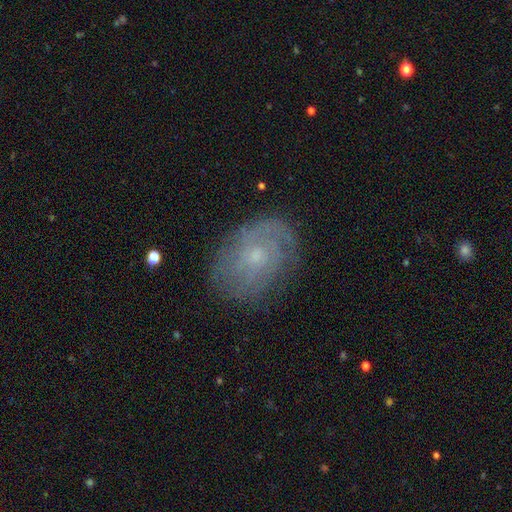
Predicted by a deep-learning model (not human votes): This is likely a featured or disk galaxy (64%). It is clearly not viewed edge-on (96%). Bar: likely no (78%). Spiral arm pattern: clearly yes (81%). Spiral arm count: possibly can't tell (55%). Spiral winding: likely tight (61%). Central bulge: likely small (66%). Merging: likely none (75%).